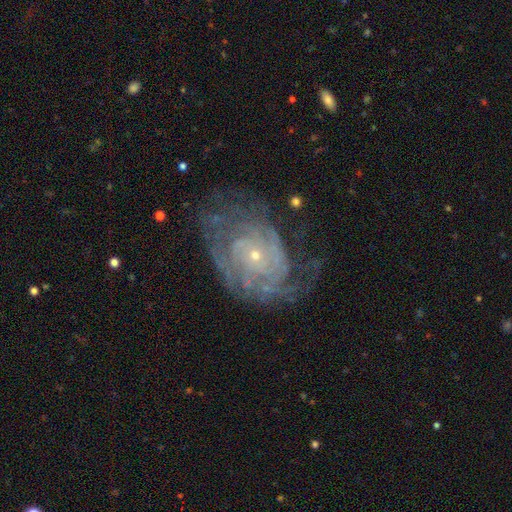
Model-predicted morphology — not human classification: Smooth or featured? Predicted: featured or disk (p=0.87). Edge-on disk? Predicted: no (p=0.97). Bar? Predicted: no (p=0.78). Spiral arms? Predicted: yes (p=0.94). Spiral winding? Predicted: tight (p=0.68). Spiral arm count? Predicted: can't tell (p=0.37). Bulge size? Predicted: small (p=0.82). Merging? Predicted: none (p=0.60).